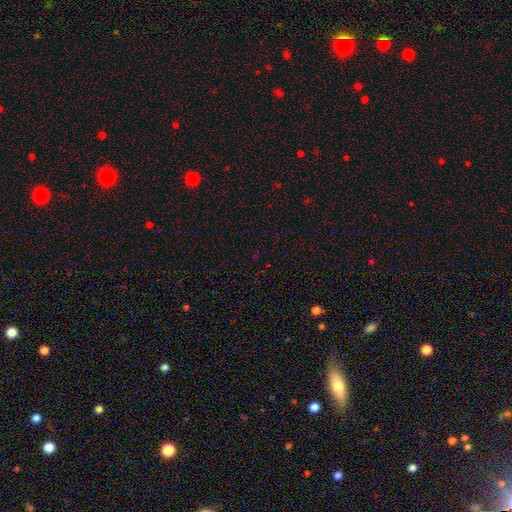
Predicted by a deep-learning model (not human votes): A star or artifact, not a galaxy (68%).